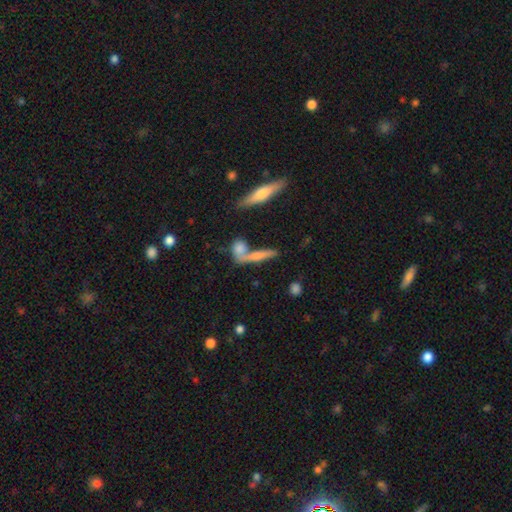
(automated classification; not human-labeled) Q: Smooth or featured?
A: smooth (56%); runner-up: featured or disk (33%)
Q: How rounded?
A: cigar-shaped (62%); runner-up: in between (28%)
Q: Merging?
A: none (43%); runner-up: merger (40%)